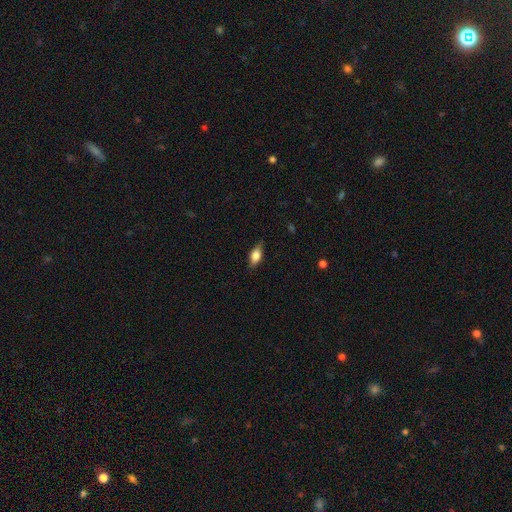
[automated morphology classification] Smooth or featured? smooth (69%)
How rounded? in between (80%)
Merging? none (79%)